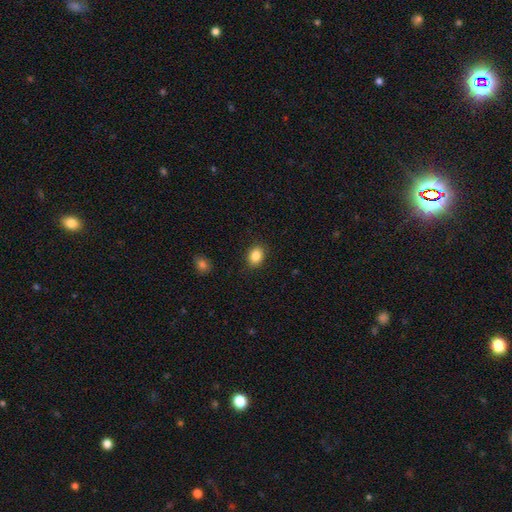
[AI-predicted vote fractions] A smooth galaxy with no disk features (86%) that is in between round and cigar-shaped (64%).

Vote fractions:
- Smooth or featured? smooth: 86% / star or artifact: 9% / featured or disk: 6%
- How rounded? in between: 64% / round: 35% / cigar-shaped: 1%
- Merging? none: 88% / minor disturbance: 9% / major disturbance: 2% / merger: 1%